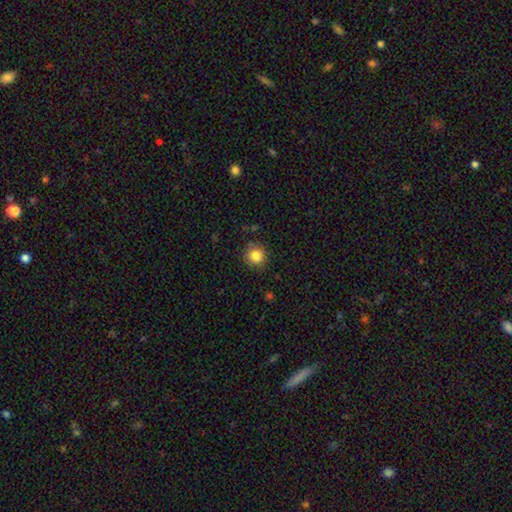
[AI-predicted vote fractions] Morphology: type=smooth (84%); roundness=round (93%); merging=none (87%).